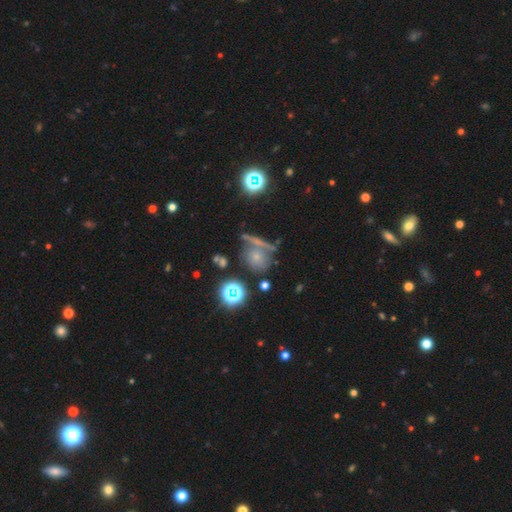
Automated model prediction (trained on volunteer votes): smooth_or_featured: smooth (p=0.49) [alt: star or artifact p=0.30]
merging: none (p=0.57) [alt: merger p=0.22]